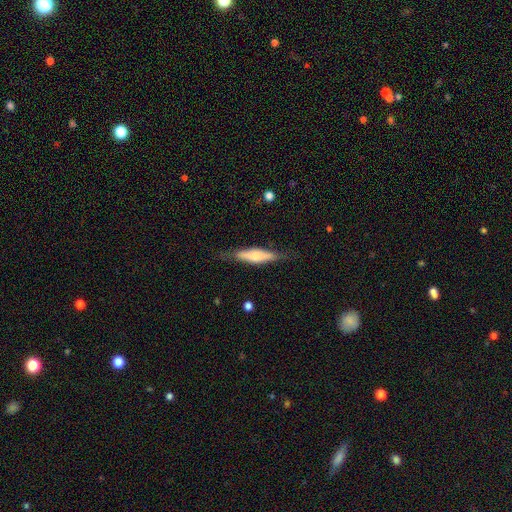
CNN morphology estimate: Overall: smooth (49%; featured or disk 45%). Merging: none (77%).